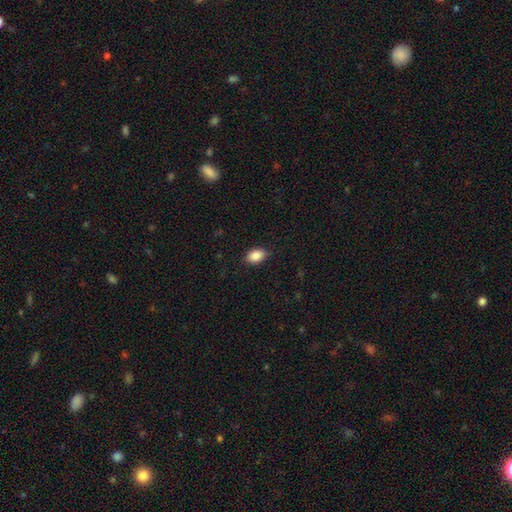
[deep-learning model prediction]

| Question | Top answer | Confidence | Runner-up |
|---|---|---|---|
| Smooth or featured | smooth | 88% | star or artifact (8%) |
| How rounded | in between | 85% | round (14%) |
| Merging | none | 84% | minor disturbance (12%) |